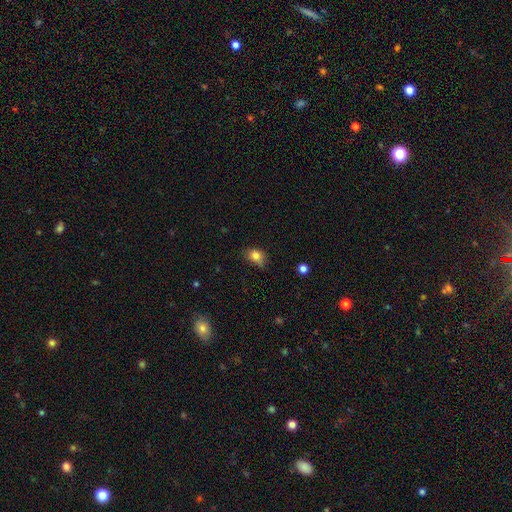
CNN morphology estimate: smooth 81%, star or artifact 11%, featured or disk 9%. Down the decision tree: how rounded — in between (65%); merging — none (57%).